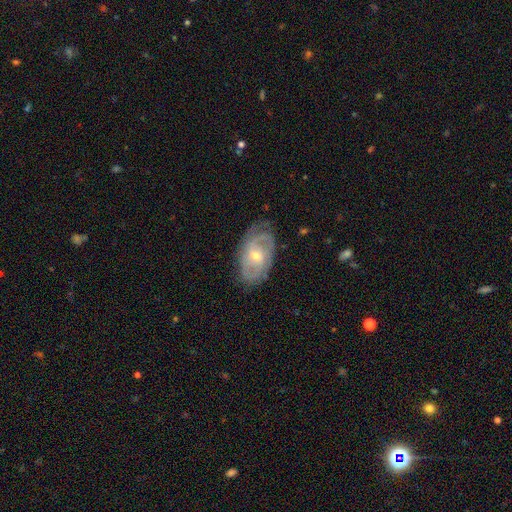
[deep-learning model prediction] Smooth or featured? Predicted: featured or disk (p=0.80). Edge-on disk? Predicted: no (p=0.95). Bar? Predicted: no (p=0.58). Spiral arms? Predicted: yes (p=0.91). Spiral winding? Predicted: tight (p=0.53). Spiral arm count? Predicted: 2 (p=0.40). Bulge size? Predicted: small (p=0.50). Merging? Predicted: none (p=0.71).